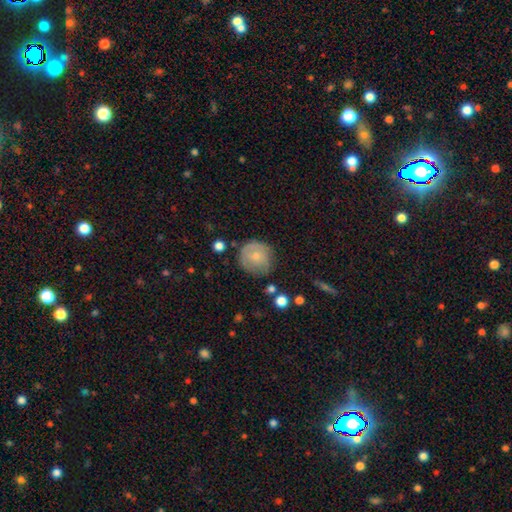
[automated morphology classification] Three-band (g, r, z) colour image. It shows a smooth galaxy with no disk features (66%) that is round (90%). Merging: none (66%).